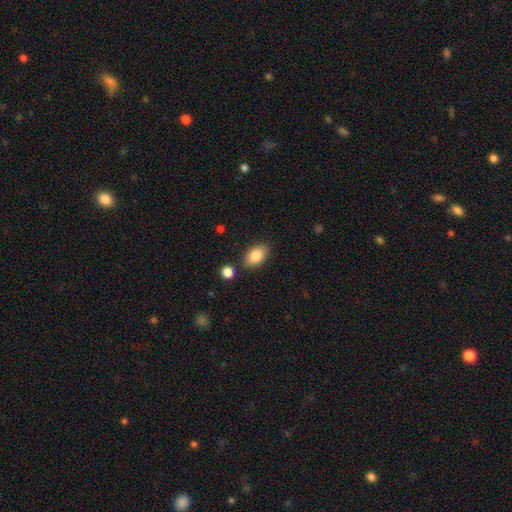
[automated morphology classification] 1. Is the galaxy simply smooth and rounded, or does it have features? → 86% smooth, 7% star or artifact, 7% featured or disk.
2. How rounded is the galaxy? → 90% in between, 8% round, 2% cigar-shaped.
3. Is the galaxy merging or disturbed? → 83% none, 10% minor disturbance, 4% merger, 3% major disturbance.